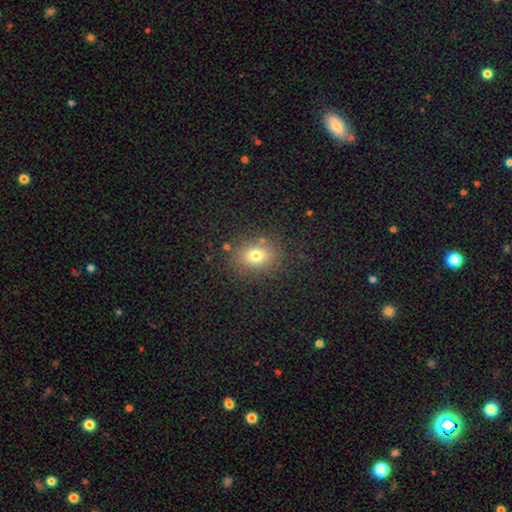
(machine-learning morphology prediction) Smooth or featured: smooth — 74% (star or artifact — 15%)
How rounded: round — 53% (in between — 46%)
Merging: none — 82% (minor disturbance — 11%)